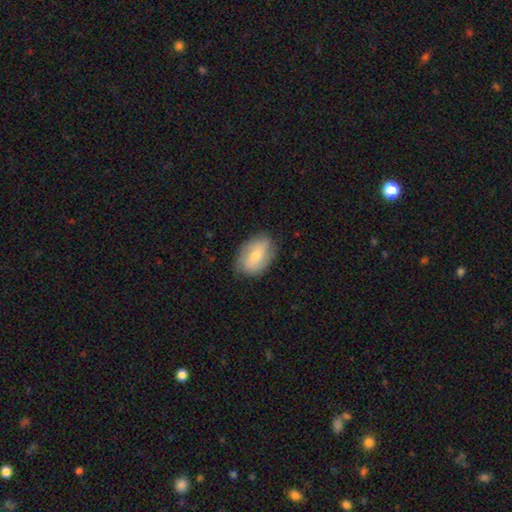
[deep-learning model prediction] Smooth or featured? Predicted: smooth (p=0.53). How rounded? Predicted: in between (p=0.84). Merging? Predicted: none (p=0.76).